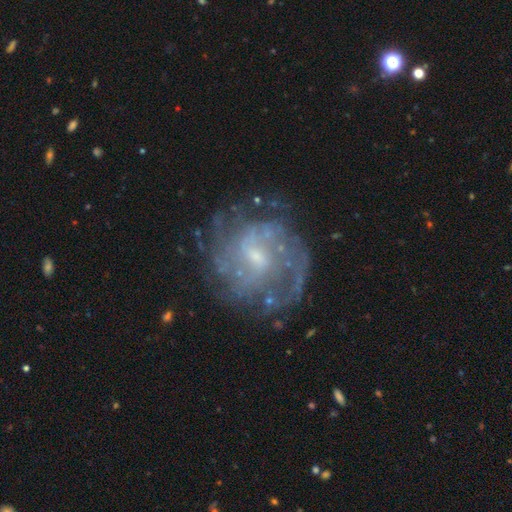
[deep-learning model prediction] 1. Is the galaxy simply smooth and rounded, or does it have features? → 84% featured or disk, 9% smooth, 8% star or artifact.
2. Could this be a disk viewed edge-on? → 98% no, 2% yes.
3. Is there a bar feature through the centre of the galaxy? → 54% weak, 37% no, 10% strong.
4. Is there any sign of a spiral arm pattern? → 89% yes, 11% no.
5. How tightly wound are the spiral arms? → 44% tight, 40% medium, 16% loose.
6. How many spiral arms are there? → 39% can't tell, 24% 2, 15% 3, 9% 4, 6% 1, 6% more than 4.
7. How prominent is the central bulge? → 60% small, 29% moderate, 8% none, 2% large, 1% dominant.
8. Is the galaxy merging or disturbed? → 70% none, 16% minor disturbance, 12% major disturbance, 2% merger.